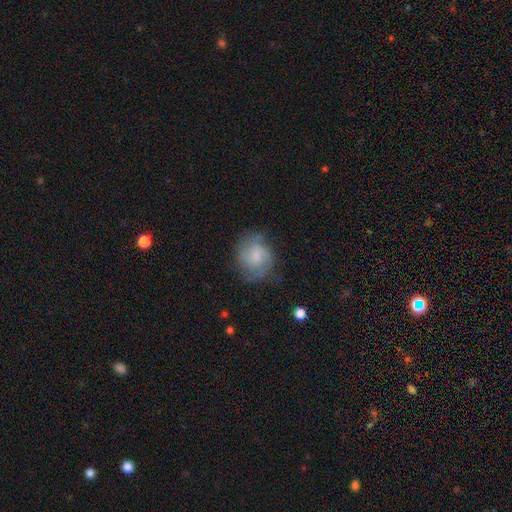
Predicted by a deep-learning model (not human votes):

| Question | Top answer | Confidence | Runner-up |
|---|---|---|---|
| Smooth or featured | smooth | 46% | tied: featured or disk (46%) |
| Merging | none | 62% | minor disturbance (24%) |